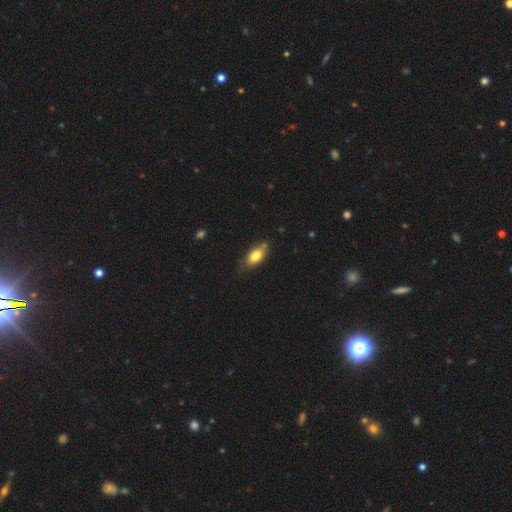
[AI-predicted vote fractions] The model was most divided on "merging": none: 66%, minor disturbance: 25%, merger: 5%, major disturbance: 5%. More confident: how rounded — in between (86%); smooth or featured — smooth (78%).